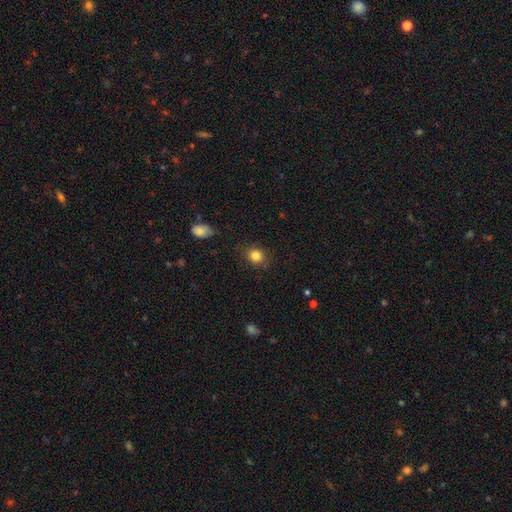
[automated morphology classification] A smooth galaxy with no disk features (84%) that is round (76%). Merging: none (83%).